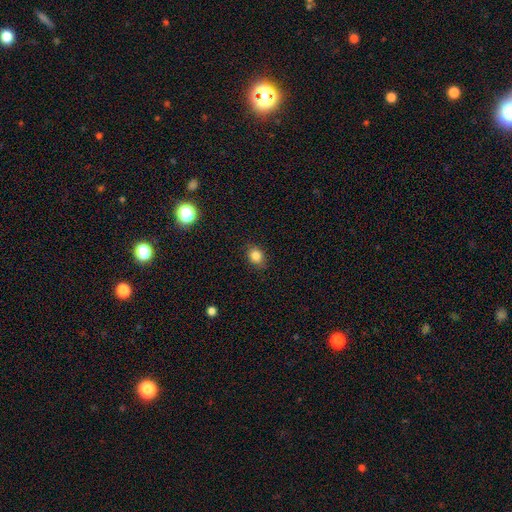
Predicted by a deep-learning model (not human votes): smooth_or_featured: smooth (p=0.83) [alt: star or artifact p=0.11]
how_rounded: round (p=0.54) [alt: in between p=0.45]
merging: none (p=0.85) [alt: minor disturbance p=0.12]